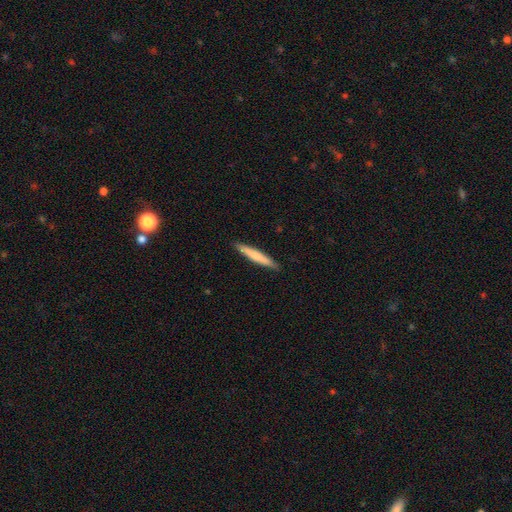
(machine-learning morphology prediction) A smooth galaxy with no disk features (67%) that is cigar-shaped (95%). Merging: none (91%).